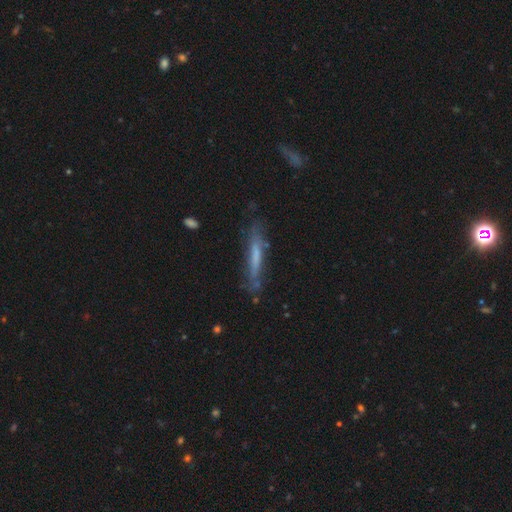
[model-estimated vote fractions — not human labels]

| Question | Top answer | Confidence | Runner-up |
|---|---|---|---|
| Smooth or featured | featured or disk | 47% | smooth (46%) |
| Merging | none | 70% | minor disturbance (21%) |